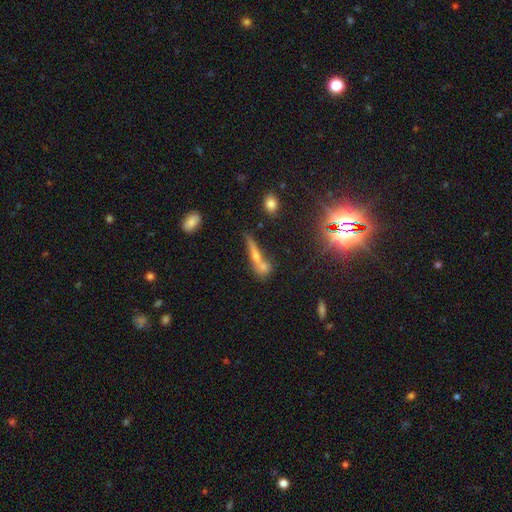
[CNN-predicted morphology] smooth 41%, featured or disk 37%, star or artifact 22%. Down the decision tree: merging — merger (42%).